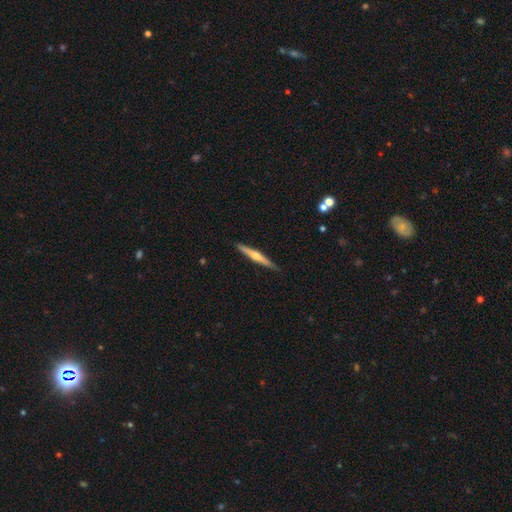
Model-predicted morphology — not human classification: Q: Smooth or featured?
A: featured or disk (66%); runner-up: smooth (29%)
Q: Edge-on disk?
A: yes (98%); runner-up: no (2%)
Q: Edge-on bulge?
A: rounded (89%); runner-up: none (8%)
Q: Merging?
A: none (90%); runner-up: minor disturbance (8%)